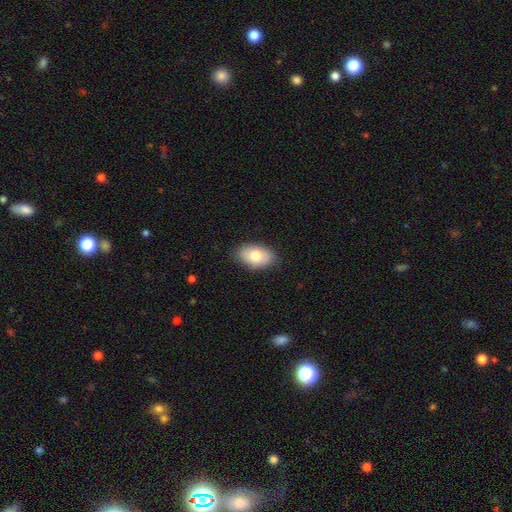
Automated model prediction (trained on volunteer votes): A smooth galaxy with no disk features (77%) that is in between round and cigar-shaped (92%).

Vote fractions:
- Smooth or featured? smooth: 77% / featured or disk: 17% / star or artifact: 7%
- How rounded? in between: 92% / round: 6% / cigar-shaped: 1%
- Merging? none: 85% / minor disturbance: 12% / major disturbance: 2% / merger: 1%